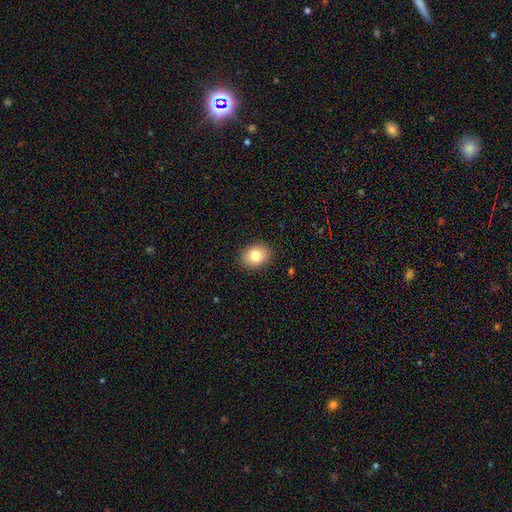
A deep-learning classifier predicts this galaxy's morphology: This appears to be a smooth galaxy with no disk features (81%) that is in between round and cigar-shaped (55%). Merging: none (90%).